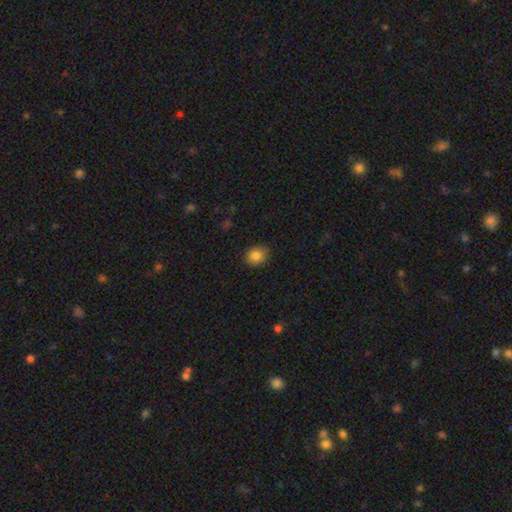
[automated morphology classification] This is clearly a smooth galaxy (84%). How rounded: likely round (69%). Merging: clearly none (85%).